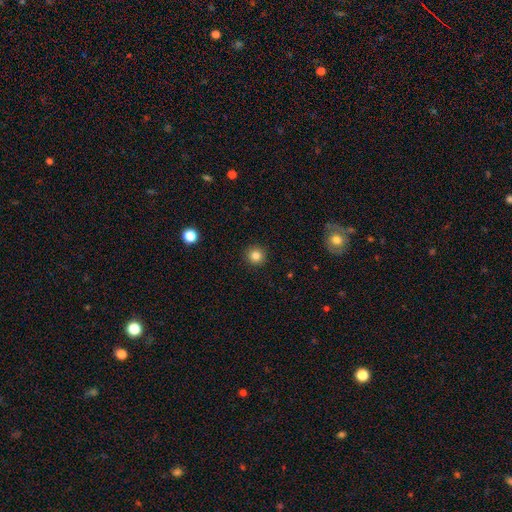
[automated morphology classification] Overall: smooth (84%). How rounded: round (95%). Merging: none (92%).